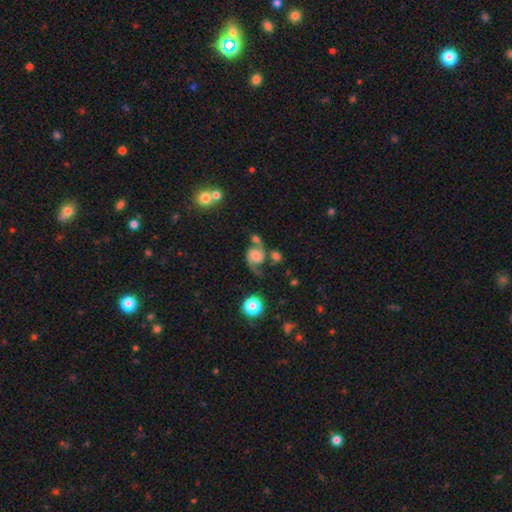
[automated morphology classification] A featured or disk galaxy (81%) with no bar (68%), 2 (92%) loose (48%) spiral arms (97%) and no central bulge (27%). Merging: none (53%).